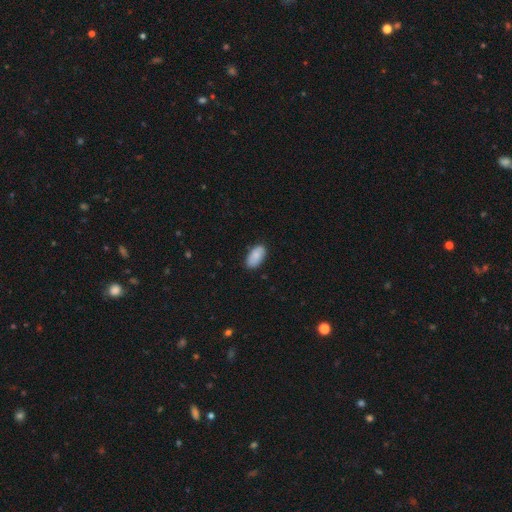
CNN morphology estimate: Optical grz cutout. It shows a smooth galaxy with no disk features (86%) that is in between round and cigar-shaped (95%). Merging: none (84%).